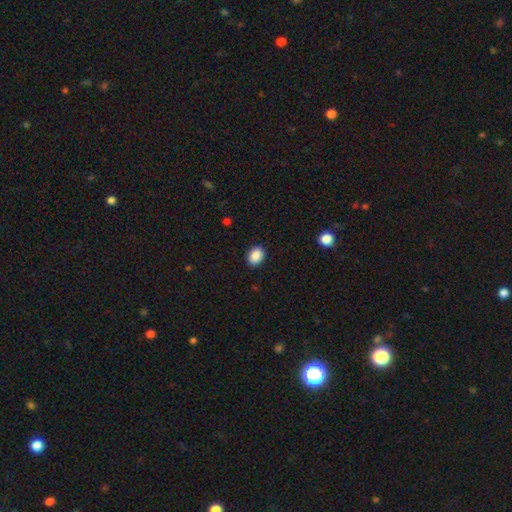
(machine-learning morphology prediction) Smooth or featured? Predicted: smooth (p=0.89). How rounded? Predicted: in between (p=0.76). Merging? Predicted: none (p=0.89).